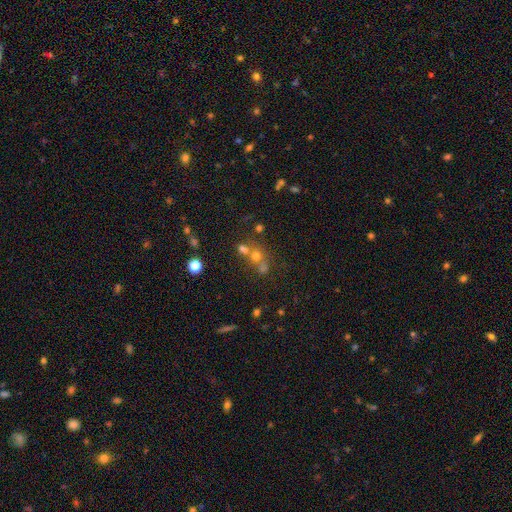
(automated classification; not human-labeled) Smooth or featured? smooth (49%)
Merging? merger (46%)